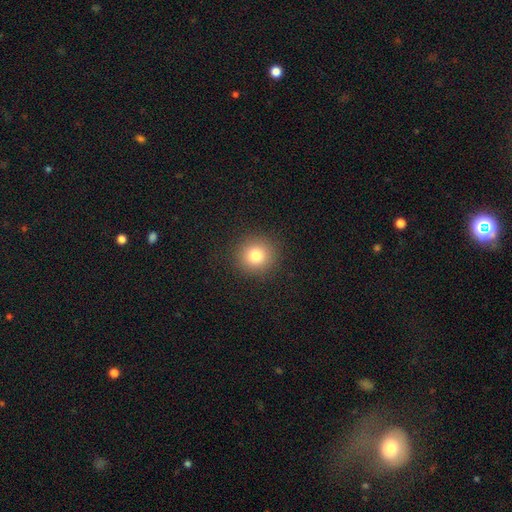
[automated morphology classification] type=smooth (80%); roundness=round (93%); merging=none (91%).